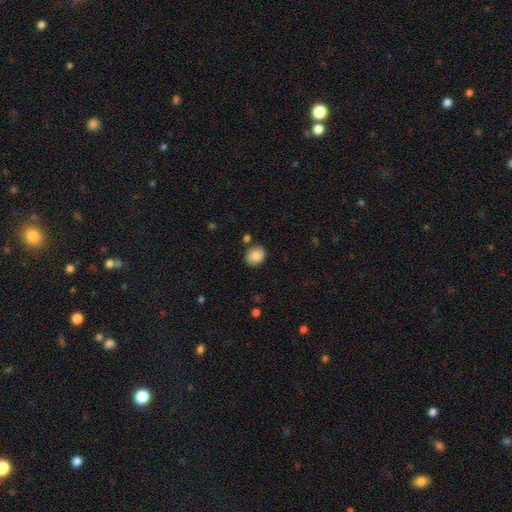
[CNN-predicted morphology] This appears to be a smooth galaxy with no disk features (85%) that is round (68%). Merging: none (78%).